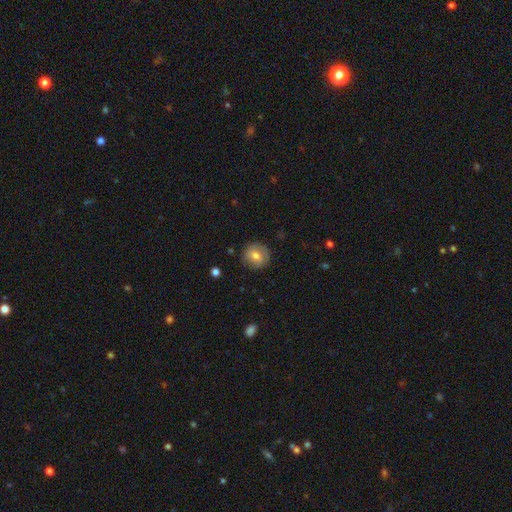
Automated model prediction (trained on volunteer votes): This appears to be a smooth galaxy with no disk features (71%) that is round (93%). Merging: none (86%).